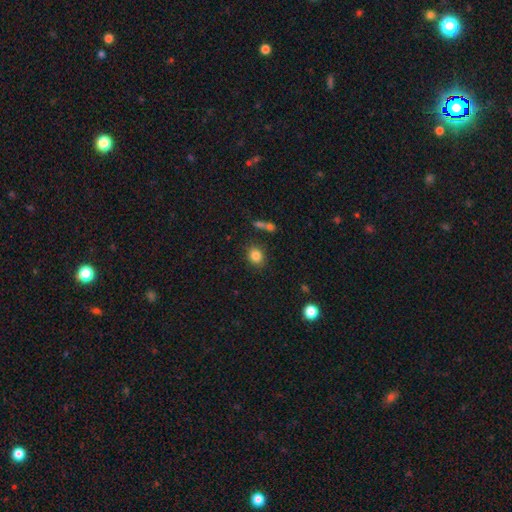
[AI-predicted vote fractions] Morphology: type=smooth (83%); roundness=round (61%); merging=none (82%).